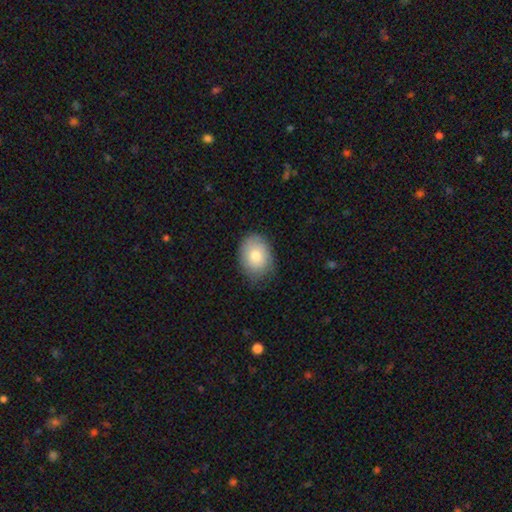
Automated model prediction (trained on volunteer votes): This appears to be a smooth galaxy with no disk features (78%) that is in between round and cigar-shaped (66%). Merging: none (75%).